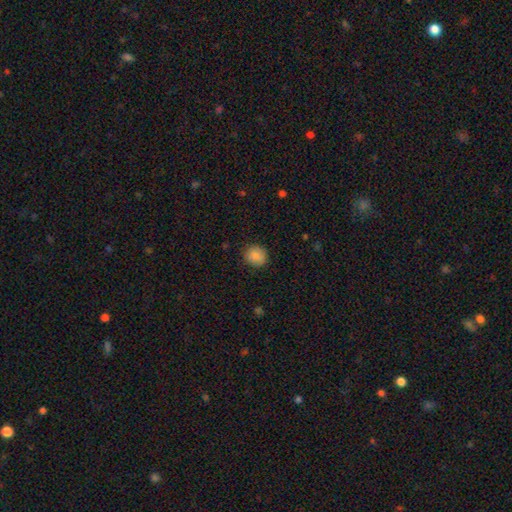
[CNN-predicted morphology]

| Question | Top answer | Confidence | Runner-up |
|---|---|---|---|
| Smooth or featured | smooth | 88% | star or artifact (9%) |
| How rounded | round | 85% | in between (14%) |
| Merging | none | 87% | minor disturbance (10%) |